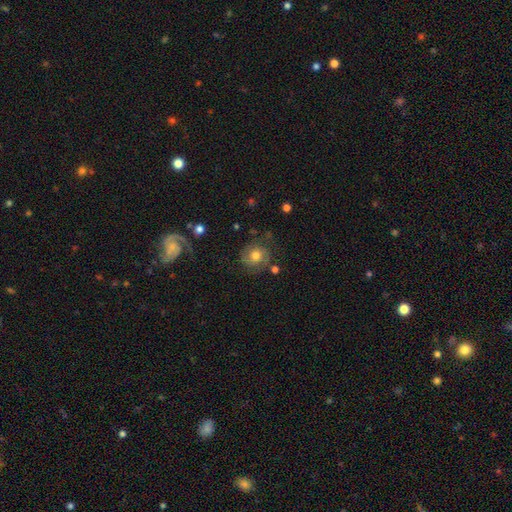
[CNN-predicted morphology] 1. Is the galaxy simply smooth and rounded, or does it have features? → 49% featured or disk, 40% smooth, 11% star or artifact.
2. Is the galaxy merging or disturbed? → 72% none, 17% minor disturbance, 9% major disturbance, 3% merger.